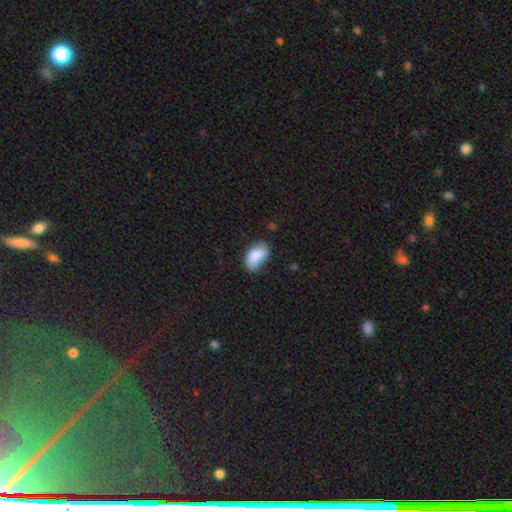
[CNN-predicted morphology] Smooth or featured: smooth — 79% (featured or disk — 14%)
How rounded: in between — 92% (round — 6%)
Merging: none — 63% (minor disturbance — 28%)